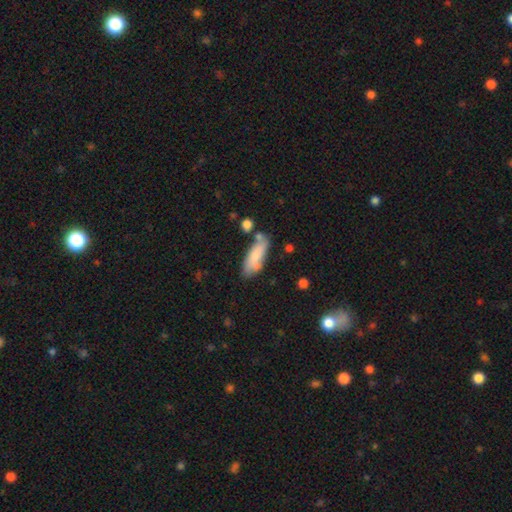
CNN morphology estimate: This is likely a smooth galaxy (75%). How rounded: likely in between (65%). Merging: likely none (65%).